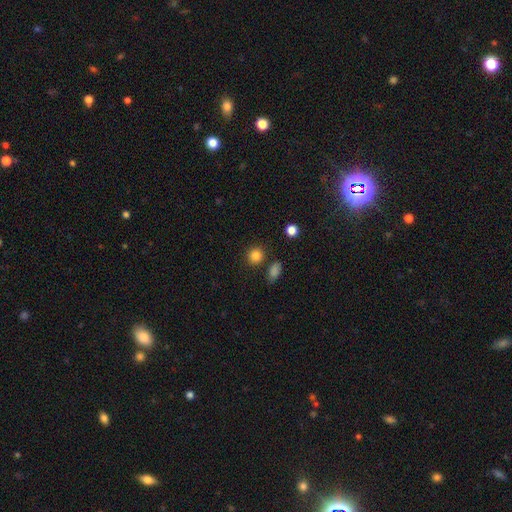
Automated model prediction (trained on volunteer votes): Smooth or featured: smooth — 84% (star or artifact — 11%)
How rounded: round — 87% (in between — 12%)
Merging: none — 82% (minor disturbance — 9%)